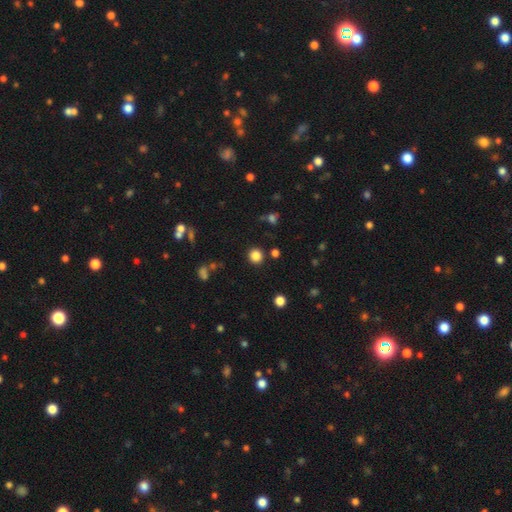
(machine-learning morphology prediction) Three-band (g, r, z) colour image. It shows a smooth galaxy with no disk features (83%) that is round (92%). Merging: none (89%).